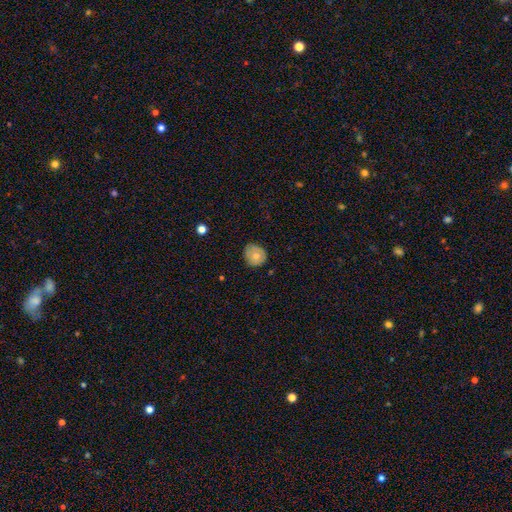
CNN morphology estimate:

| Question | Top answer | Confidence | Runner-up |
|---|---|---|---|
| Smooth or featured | smooth | 69% | featured or disk (23%) |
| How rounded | round | 82% | in between (17%) |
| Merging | none | 76% | minor disturbance (19%) |